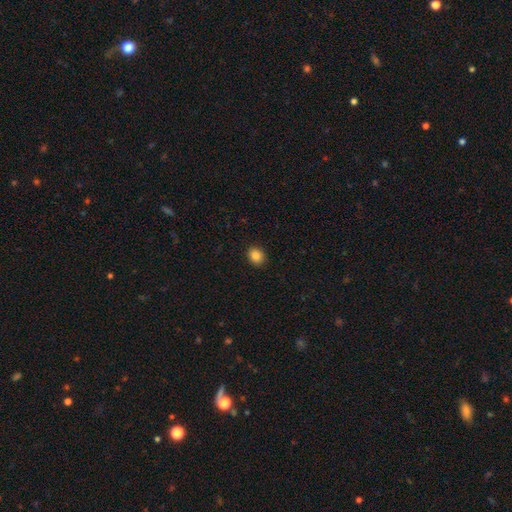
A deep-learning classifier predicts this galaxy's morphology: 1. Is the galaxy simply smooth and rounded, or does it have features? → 86% smooth, 10% star or artifact, 4% featured or disk.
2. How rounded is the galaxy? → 66% round, 33% in between, 1% cigar-shaped.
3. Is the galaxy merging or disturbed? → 91% none, 6% minor disturbance, 2% major disturbance, 1% merger.